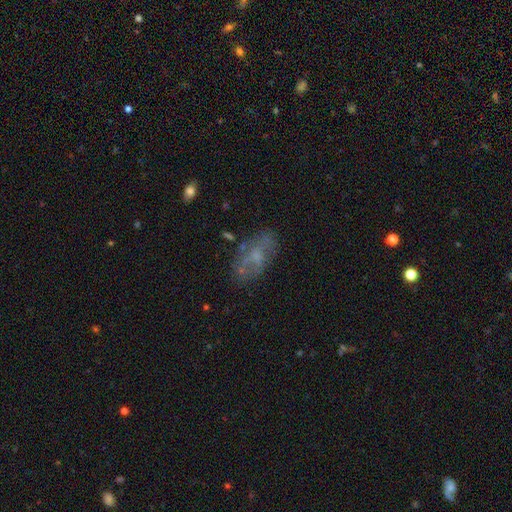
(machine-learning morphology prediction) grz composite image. It shows a featured or disk galaxy (49%). Merging: none (59%).